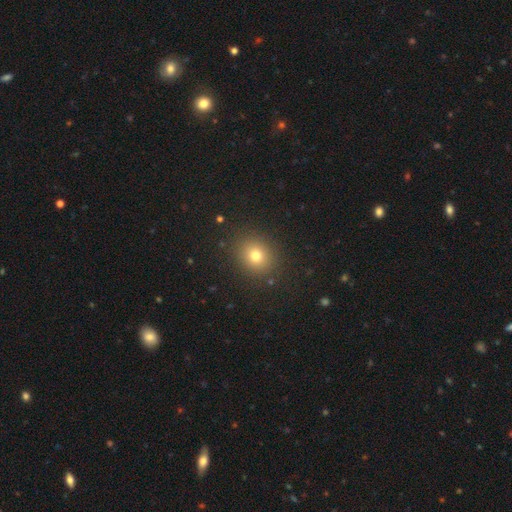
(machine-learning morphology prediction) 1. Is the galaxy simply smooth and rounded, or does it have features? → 75% smooth, 16% star or artifact, 9% featured or disk.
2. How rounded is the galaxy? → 75% round, 24% in between, 1% cigar-shaped.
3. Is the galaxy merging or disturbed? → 89% none, 7% minor disturbance, 3% major disturbance, 1% merger.